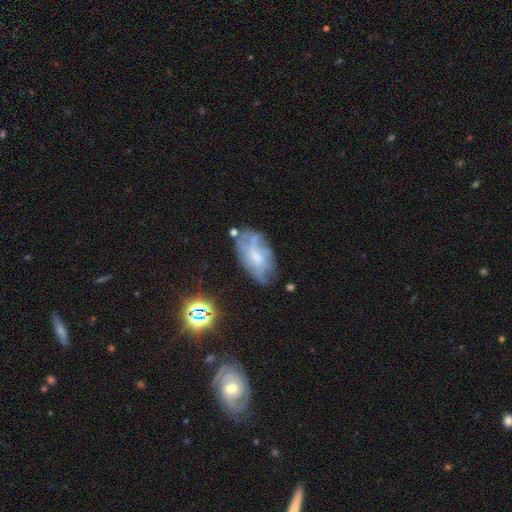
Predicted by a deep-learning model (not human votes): featured or disk 56%, smooth 32%, star or artifact 12%. Down the decision tree: edge-on disk — no (94%); bar — no (66%); spiral arms — yes (55%); bulge size — small (42%); merging — none (58%).